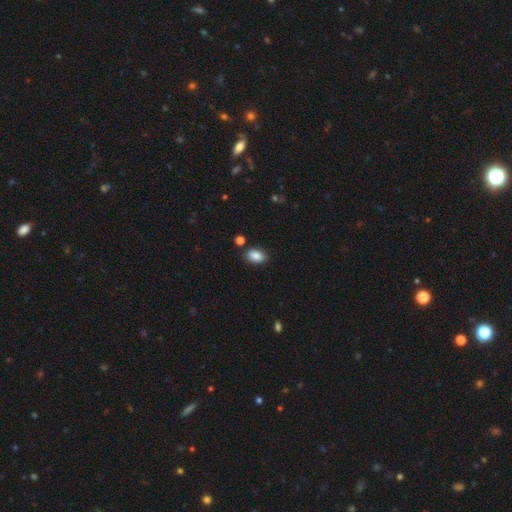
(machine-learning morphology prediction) Smooth or featured: smooth — 87% (star or artifact — 8%)
How rounded: in between — 86% (round — 12%)
Merging: none — 83% (minor disturbance — 10%)